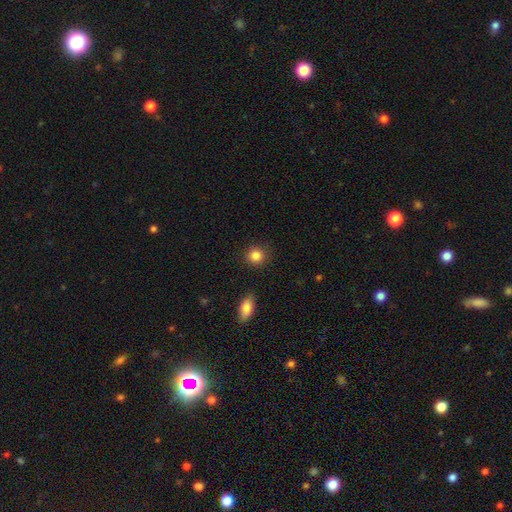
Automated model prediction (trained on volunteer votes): Smooth or featured?
  - smooth: 86% *
  - star or artifact: 10%
  - featured or disk: 4%
How rounded?
  - round: 90% *
  - in between: 9%
  - cigar-shaped: 1%
Merging?
  - none: 88% *
  - minor disturbance: 7%
  - major disturbance: 2%
  - merger: 2%